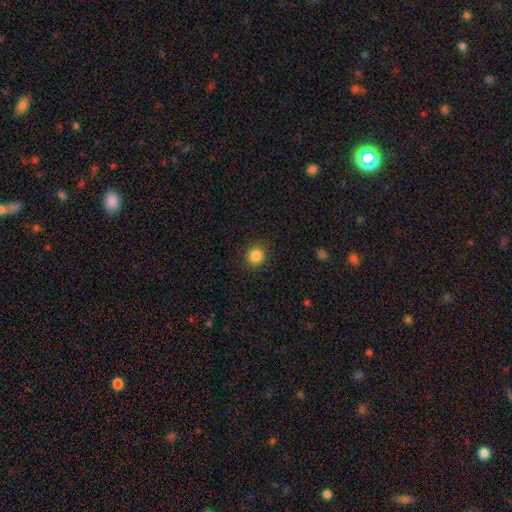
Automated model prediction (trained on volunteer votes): Overall: smooth (85%). How rounded: round (81%). Merging: none (89%).